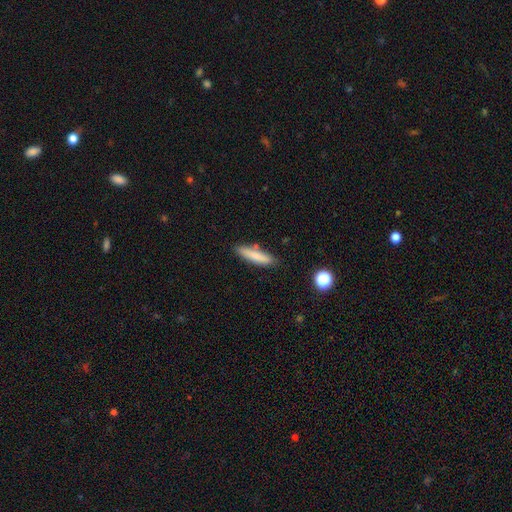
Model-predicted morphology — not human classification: smooth-or-featured: smooth: 81% | featured or disk: 12% | star or artifact: 7%
  how-rounded: cigar-shaped: 79% | in between: 19% | round: 2%
  merging: none: 81% | minor disturbance: 12% | merger: 4% | major disturbance: 3%